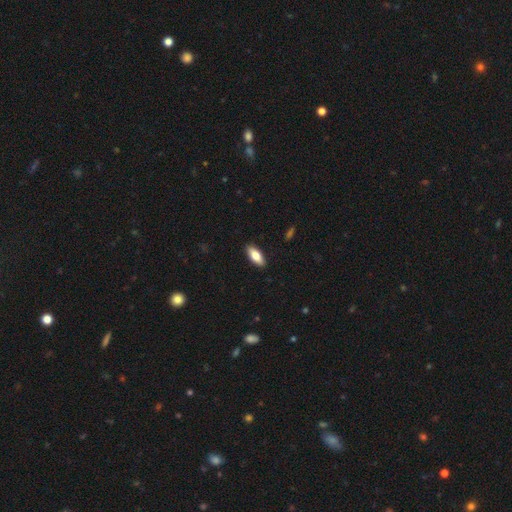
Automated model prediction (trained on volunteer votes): smooth_or_featured: smooth (p=0.79) [alt: featured or disk p=0.15]
how_rounded: in between (p=0.80) [alt: cigar-shaped p=0.18]
merging: none (p=0.90) [alt: minor disturbance p=0.08]